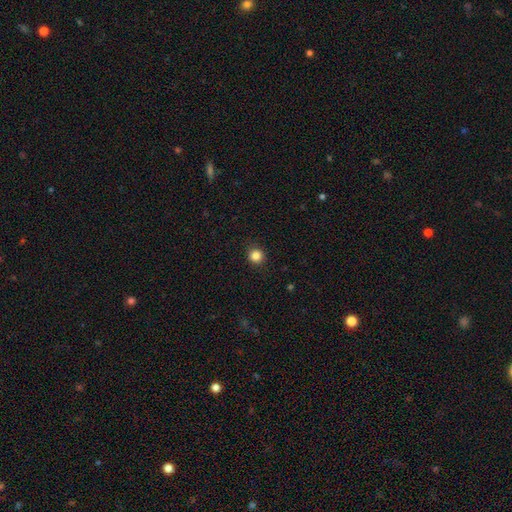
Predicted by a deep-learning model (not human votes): smooth_or_featured: smooth (p=0.85) [alt: star or artifact p=0.12]
how_rounded: round (p=0.92) [alt: in between p=0.07]
merging: none (p=0.91) [alt: minor disturbance p=0.06]